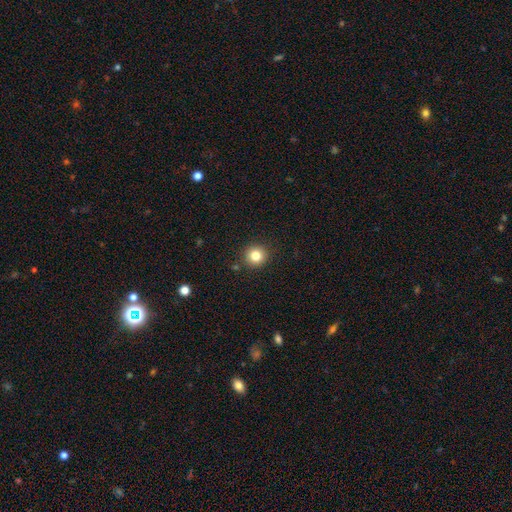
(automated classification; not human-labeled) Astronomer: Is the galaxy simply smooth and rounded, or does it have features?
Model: smooth — 81%.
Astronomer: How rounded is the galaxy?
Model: round — 93%.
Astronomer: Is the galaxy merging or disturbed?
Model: none — 90%.